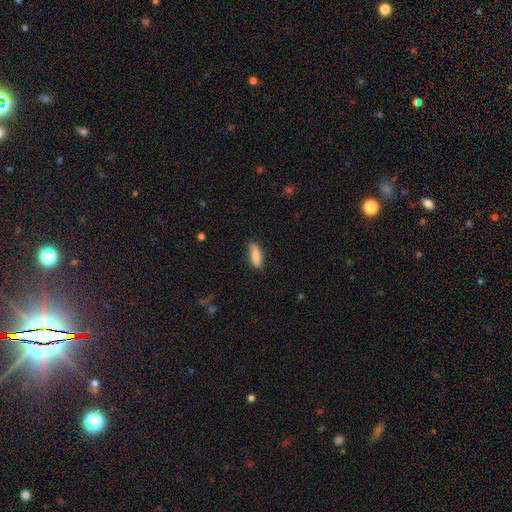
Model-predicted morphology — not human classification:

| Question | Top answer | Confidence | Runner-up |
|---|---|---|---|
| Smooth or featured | smooth | 83% | featured or disk (10%) |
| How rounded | in between | 58% | cigar-shaped (40%) |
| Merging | none | 80% | minor disturbance (16%) |